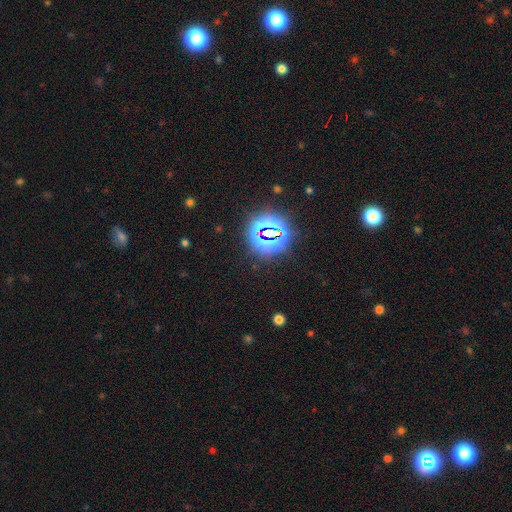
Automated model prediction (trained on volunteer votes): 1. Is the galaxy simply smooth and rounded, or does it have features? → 81% star or artifact, 13% smooth, 7% featured or disk.